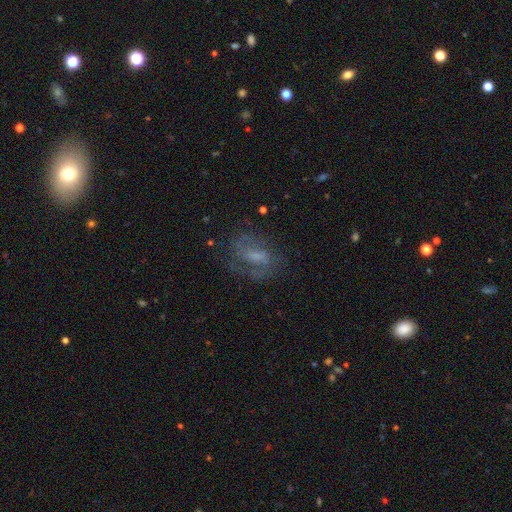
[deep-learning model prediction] featured or disk 62%, smooth 25%, star or artifact 13%. Down the decision tree: edge-on disk — no (95%); bar — weak (48%); spiral arms — yes (77%); bulge size — small (36%); merging — none (64%).